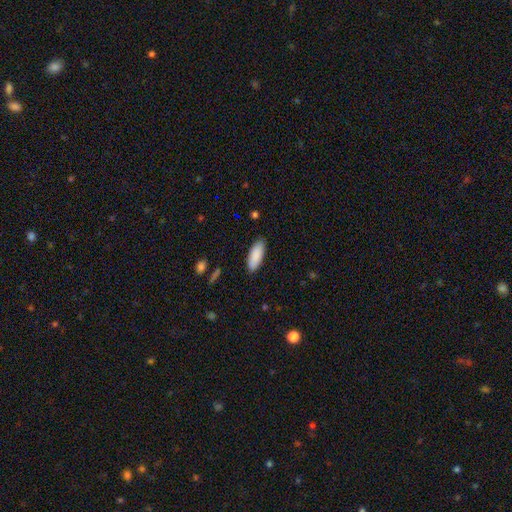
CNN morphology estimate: Smooth or featured? Predicted: smooth (p=0.89). How rounded? Predicted: in between (p=0.77). Merging? Predicted: none (p=0.87).